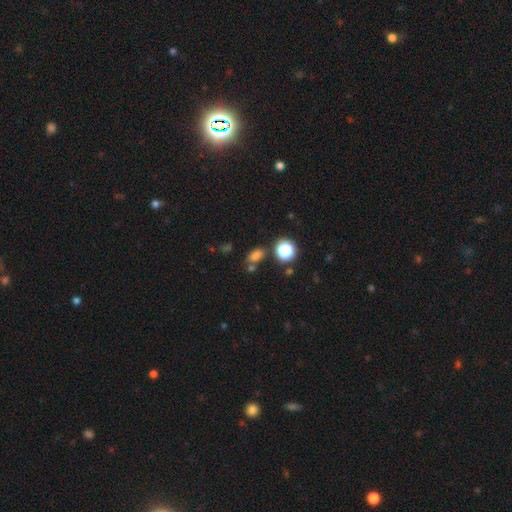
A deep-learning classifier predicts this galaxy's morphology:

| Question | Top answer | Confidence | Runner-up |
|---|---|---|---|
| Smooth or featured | smooth | 71% | star or artifact (22%) |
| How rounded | in between | 75% | round (23%) |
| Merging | none | 66% | merger (15%) |